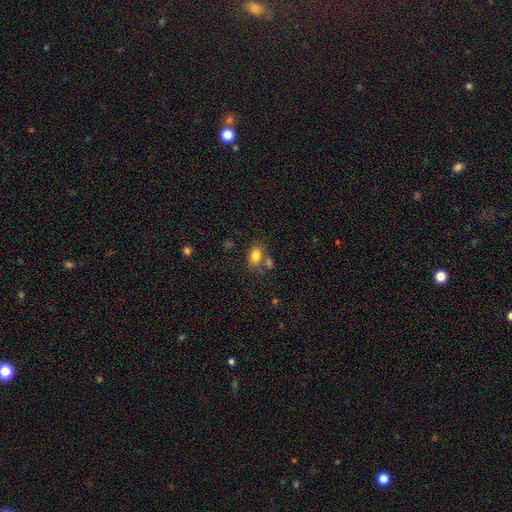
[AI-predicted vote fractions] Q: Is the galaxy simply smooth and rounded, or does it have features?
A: smooth — 80%.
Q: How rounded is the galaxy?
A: in between — 80%.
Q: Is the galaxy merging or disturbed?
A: none — 59%.